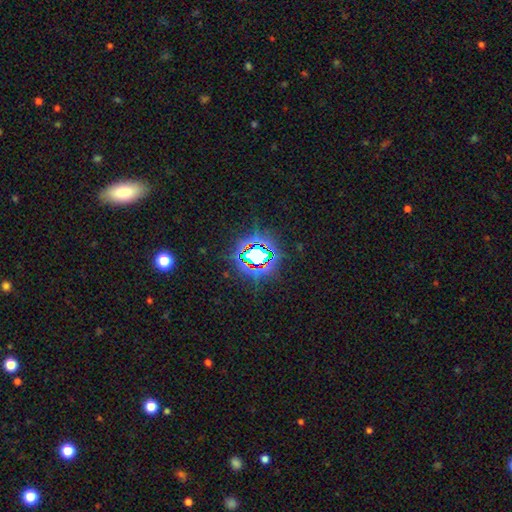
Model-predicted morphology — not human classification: type=star or artifact (76%).